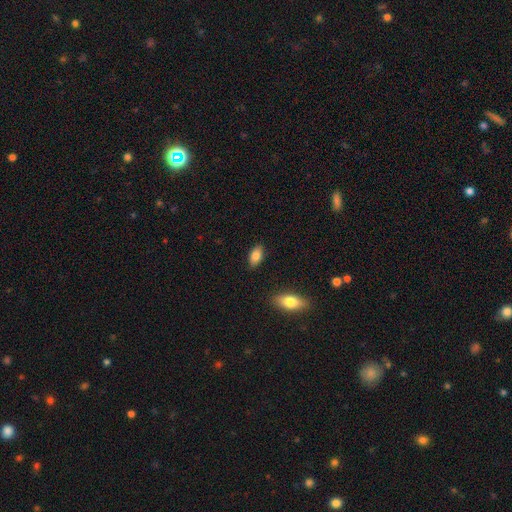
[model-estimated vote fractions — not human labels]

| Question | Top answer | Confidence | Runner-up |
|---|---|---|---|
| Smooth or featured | smooth | 84% | featured or disk (8%) |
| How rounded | in between | 91% | cigar-shaped (5%) |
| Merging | none | 87% | minor disturbance (9%) |